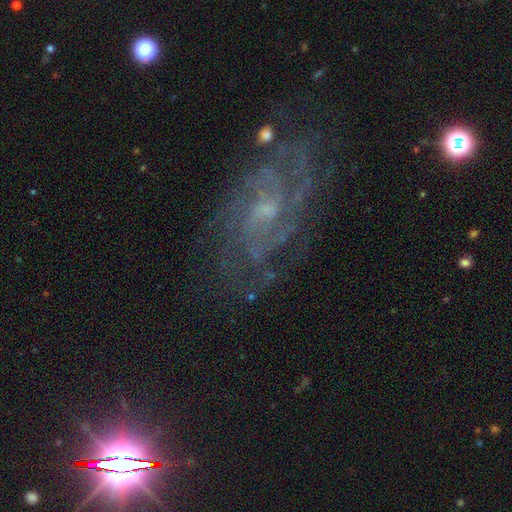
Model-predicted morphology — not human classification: Smooth or featured? Predicted: featured or disk (p=0.84). Edge-on disk? Predicted: no (p=0.96). Bar? Predicted: no (p=0.49). Spiral arms? Predicted: yes (p=0.94). Spiral winding? Predicted: tight (p=0.50). Spiral arm count? Predicted: can't tell (p=0.35). Bulge size? Predicted: small (p=0.59). Merging? Predicted: none (p=0.71).